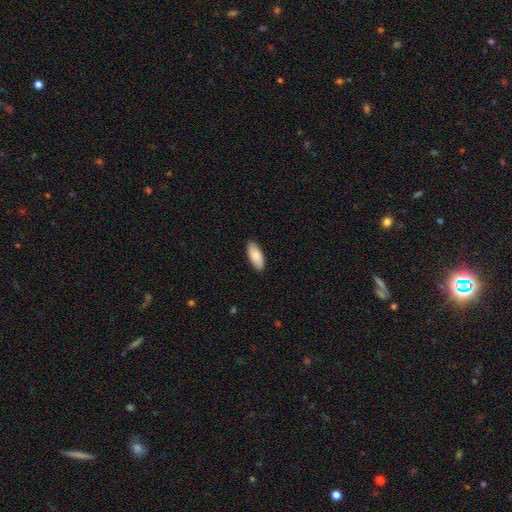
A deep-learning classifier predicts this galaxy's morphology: Smooth or featured?
  - smooth: 87% *
  - featured or disk: 8%
  - star or artifact: 5%
How rounded?
  - in between: 84% *
  - cigar-shaped: 14%
  - round: 2%
Merging?
  - none: 89% *
  - minor disturbance: 9%
  - major disturbance: 2%
  - merger: 1%